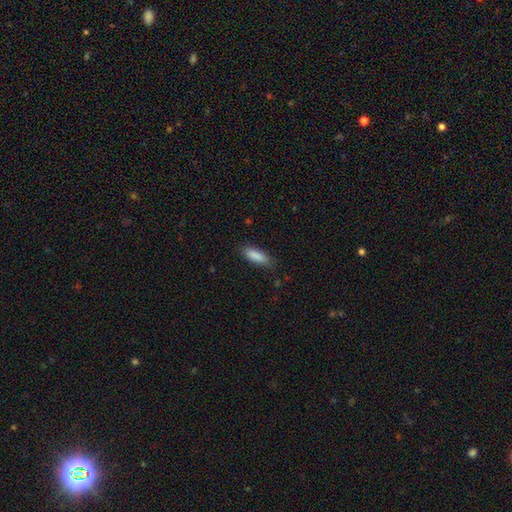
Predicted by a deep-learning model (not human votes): Smooth or featured? Predicted: smooth (p=0.88). How rounded? Predicted: in between (p=0.64). Merging? Predicted: none (p=0.81).